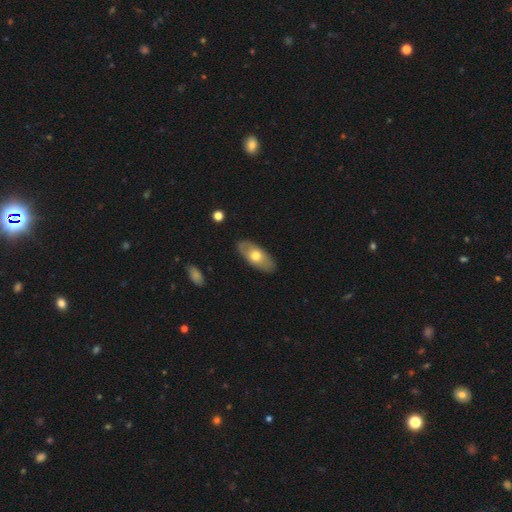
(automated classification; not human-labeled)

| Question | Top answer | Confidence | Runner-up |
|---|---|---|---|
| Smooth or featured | smooth | 59% | featured or disk (36%) |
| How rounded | in between | 88% | cigar-shaped (9%) |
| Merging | none | 86% | minor disturbance (11%) |